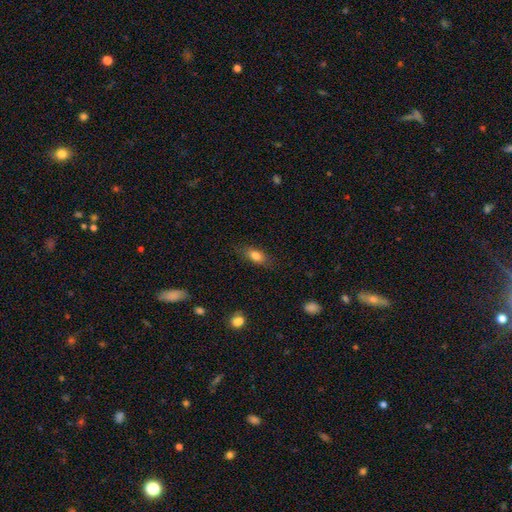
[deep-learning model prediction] smooth-or-featured: smooth: 78% | featured or disk: 13% | star or artifact: 9%
  how-rounded: in between: 77% | cigar-shaped: 17% | round: 6%
  merging: none: 79% | minor disturbance: 15% | major disturbance: 4% | merger: 1%